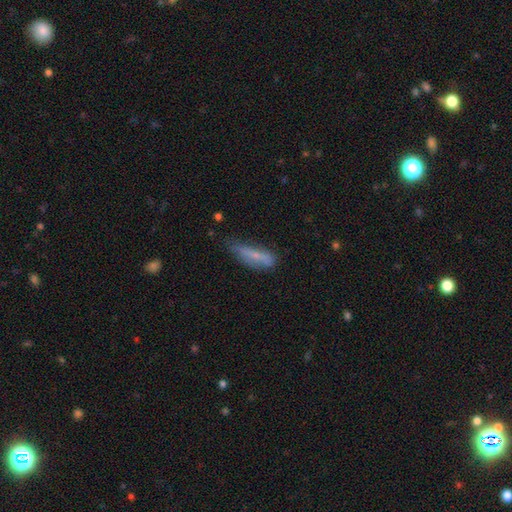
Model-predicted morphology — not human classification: smooth-or-featured: smooth: 64% | featured or disk: 28% | star or artifact: 8%
  how-rounded: cigar-shaped: 66% | in between: 32% | round: 2%
  merging: none: 49% | minor disturbance: 35% | major disturbance: 12% | merger: 3%